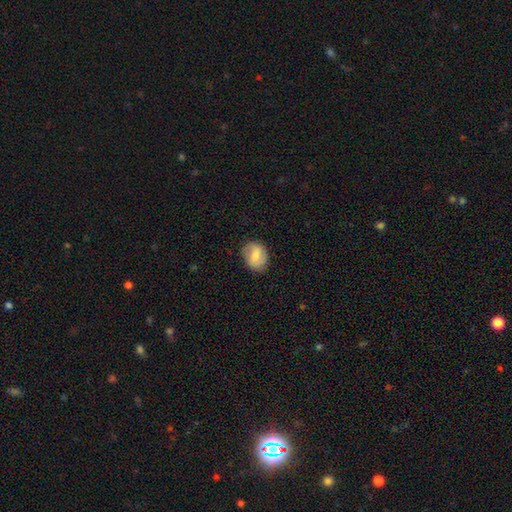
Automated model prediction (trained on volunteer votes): smooth 66%, featured or disk 27%, star or artifact 7%. Down the decision tree: how rounded — in between (56%); merging — none (79%).